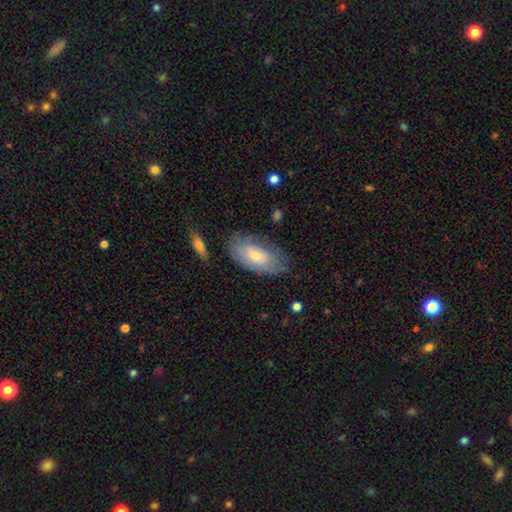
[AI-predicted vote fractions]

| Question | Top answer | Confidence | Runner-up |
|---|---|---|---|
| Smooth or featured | smooth | 60% | featured or disk (34%) |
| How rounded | in between | 92% | cigar-shaped (4%) |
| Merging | none | 68% | minor disturbance (23%) |